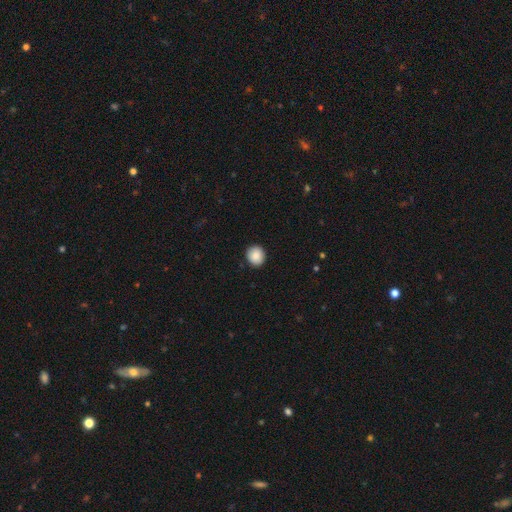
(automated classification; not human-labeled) A smooth galaxy with no disk features (88%) that is round (83%). Merging: none (91%).